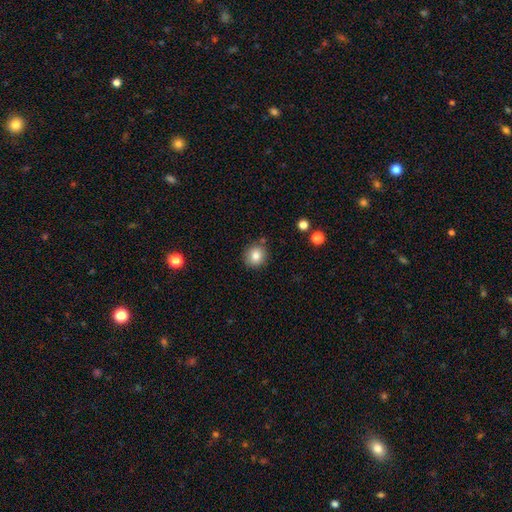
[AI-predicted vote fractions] Smooth or featured? Predicted: smooth (p=0.83). How rounded? Predicted: round (p=0.85). Merging? Predicted: none (p=0.84).